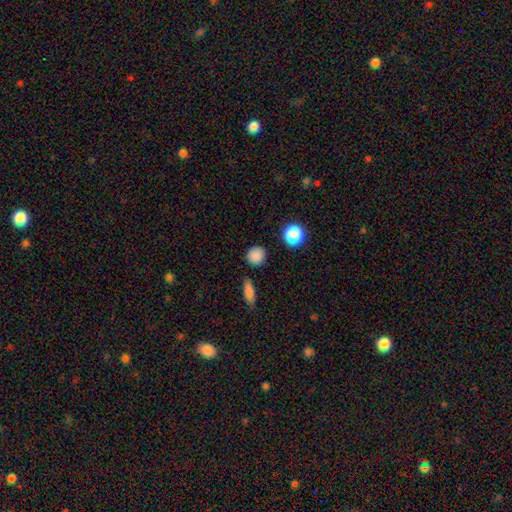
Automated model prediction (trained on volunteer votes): Q: Smooth or featured?
A: smooth (84%); runner-up: star or artifact (12%)
Q: How rounded?
A: round (90%); runner-up: in between (9%)
Q: Merging?
A: none (86%); runner-up: minor disturbance (9%)